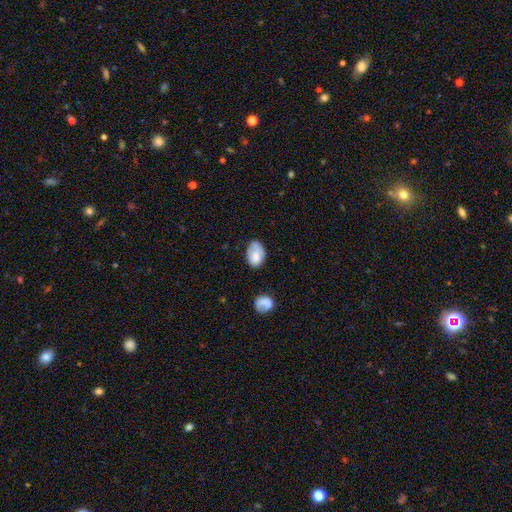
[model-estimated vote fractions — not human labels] Overall: smooth (76%). How rounded: in between (86%). Merging: none (57%; minor disturbance 29%).